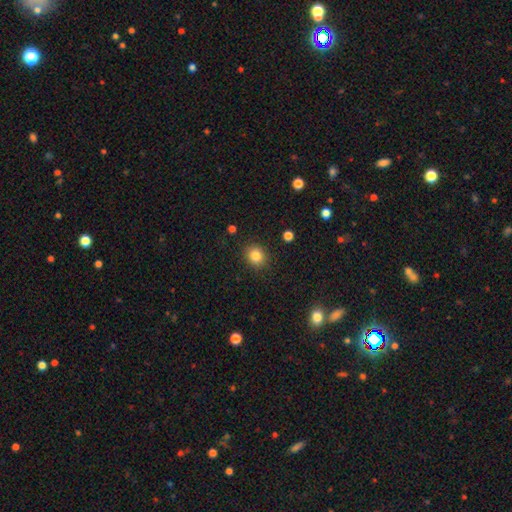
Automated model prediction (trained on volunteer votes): Q: Smooth or featured?
A: smooth (84%); runner-up: star or artifact (11%)
Q: How rounded?
A: round (77%); runner-up: in between (23%)
Q: Merging?
A: none (88%); runner-up: minor disturbance (8%)